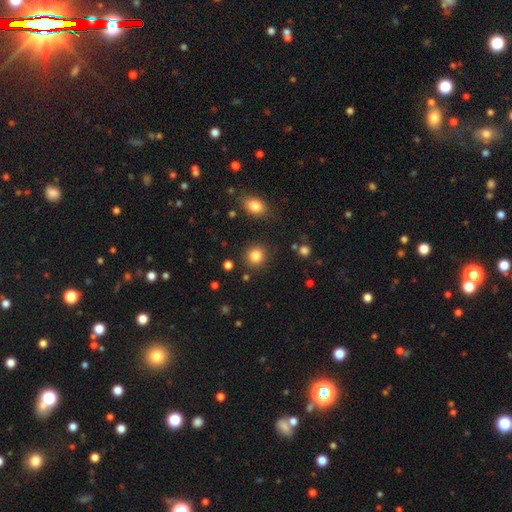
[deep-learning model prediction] This is clearly a smooth galaxy (84%). How rounded: clearly round (88%). Merging: clearly none (88%).